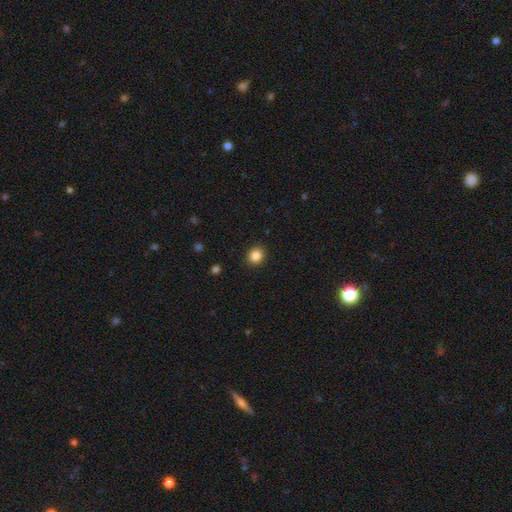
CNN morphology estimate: smooth 85%, star or artifact 10%, featured or disk 4%. Down the decision tree: how rounded — round (73%); merging — none (90%).